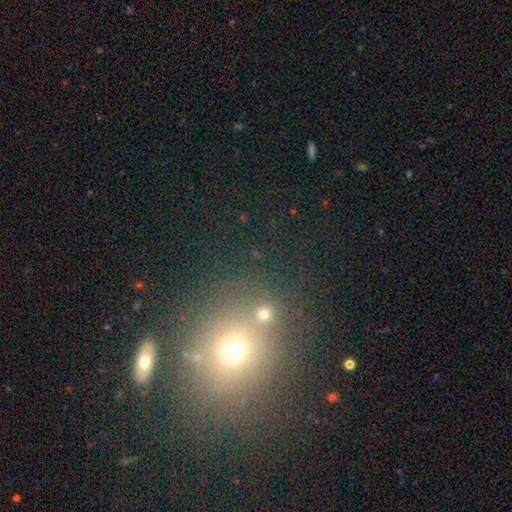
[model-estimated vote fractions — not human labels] Overall: smooth (51%; star or artifact 37%). How rounded: round (77%). Merging: none (72%).